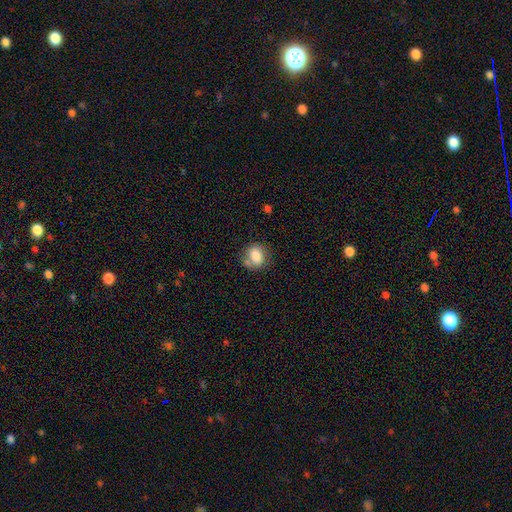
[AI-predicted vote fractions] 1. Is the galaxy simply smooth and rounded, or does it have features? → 81% smooth, 11% featured or disk, 9% star or artifact.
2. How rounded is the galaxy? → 50% round, 49% in between, 1% cigar-shaped.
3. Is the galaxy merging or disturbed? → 58% none, 20% minor disturbance, 15% merger, 7% major disturbance.